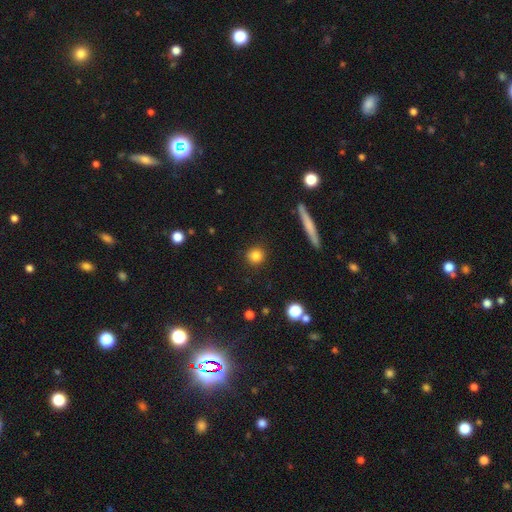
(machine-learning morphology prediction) The model was most divided on "smooth or featured": smooth: 82%, star or artifact: 10%, featured or disk: 7%. More confident: how rounded — round (90%); merging — none (90%).